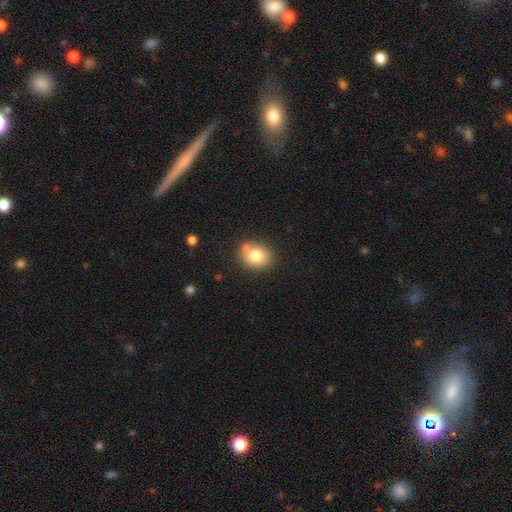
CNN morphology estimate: Smooth or featured? Predicted: smooth (p=0.79). How rounded? Predicted: round (p=0.55). Merging? Predicted: none (p=0.71).